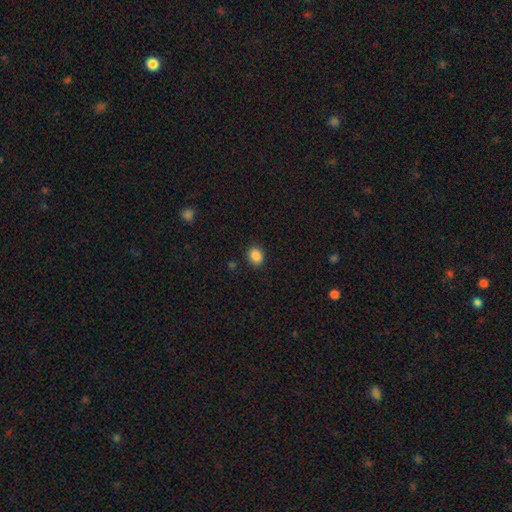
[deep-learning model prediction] smooth_or_featured: smooth (p=0.87) [alt: star or artifact p=0.10]
how_rounded: round (p=0.53) [alt: in between p=0.46]
merging: none (p=0.87) [alt: minor disturbance p=0.09]